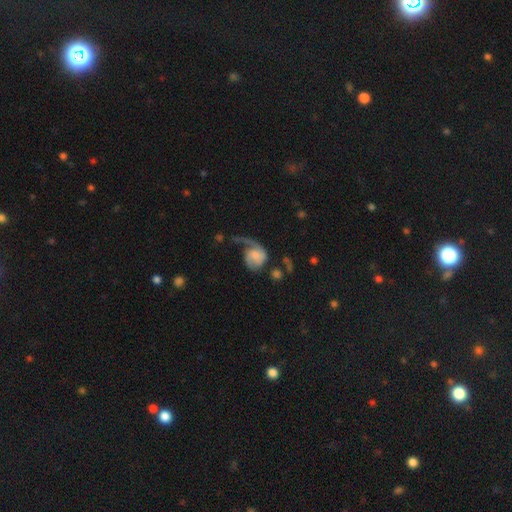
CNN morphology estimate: type=featured or disk (56%); edge-on=no (97%); bar=no (69%); spiral arms=yes (85%); bulge=none (39%); merging=major disturbance (47%).